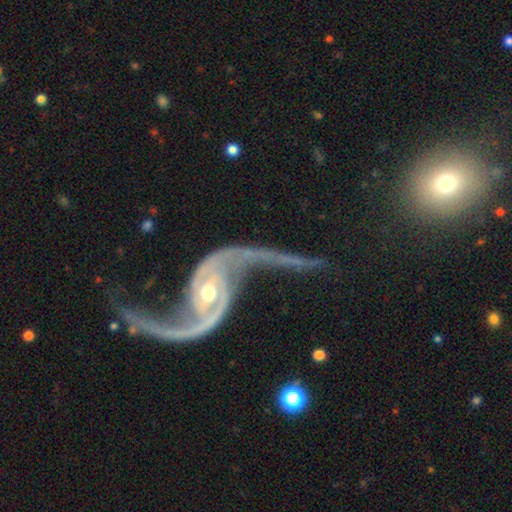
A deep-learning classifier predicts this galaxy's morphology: Q: Smooth or featured?
A: featured or disk (92%); runner-up: star or artifact (5%)
Q: Edge-on disk?
A: no (96%); runner-up: yes (4%)
Q: Bar?
A: no (52%); runner-up: weak (29%)
Q: Spiral arms?
A: yes (98%); runner-up: no (2%)
Q: Spiral winding?
A: loose (77%); runner-up: medium (17%)
Q: Spiral arm count?
A: 2 (94%); runner-up: 1 (1%)
Q: Bulge size?
A: small (50%); runner-up: moderate (45%)
Q: Merging?
A: none (56%); runner-up: minor disturbance (19%)